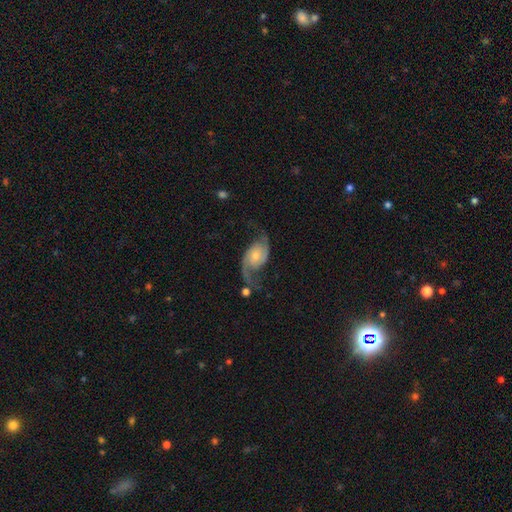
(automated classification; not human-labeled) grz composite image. It shows a featured or disk galaxy (85%) with no bar (68%), 2 (90%) loose (62%) spiral arms (96%) and a small central bulge (51%). Merging: none (58%).